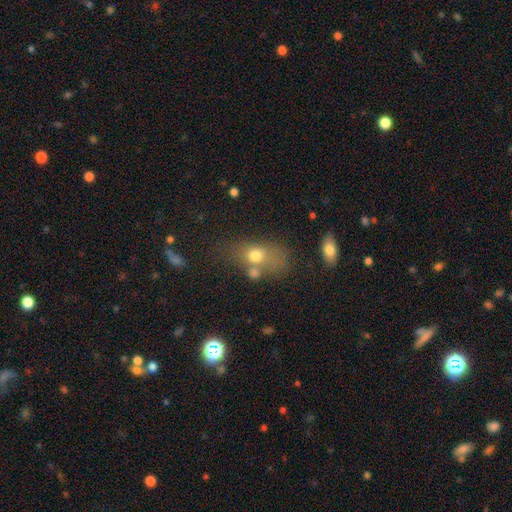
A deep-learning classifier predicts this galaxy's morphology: smooth_or_featured: smooth (p=0.69) [alt: featured or disk p=0.18]
how_rounded: in between (p=0.66) [alt: round p=0.30]
merging: none (p=0.37) [alt: merger p=0.31]